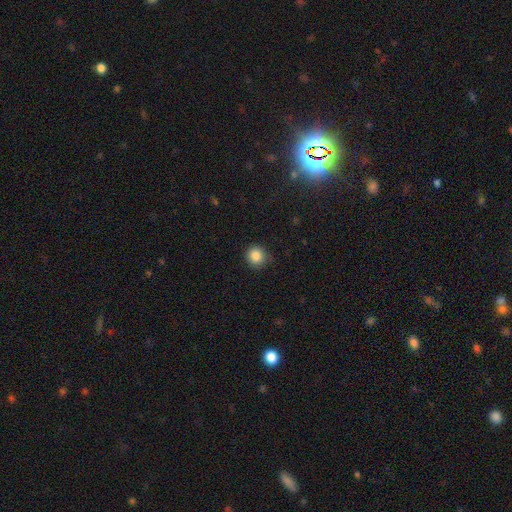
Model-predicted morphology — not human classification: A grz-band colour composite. It shows a smooth galaxy with no disk features (86%) that is round (92%). Merging: none (86%).